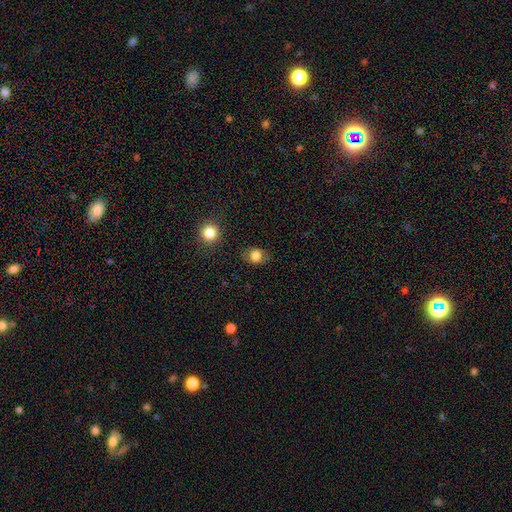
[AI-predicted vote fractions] Smooth or featured? Predicted: smooth (p=0.78). How rounded? Predicted: in between (p=0.50). Merging? Predicted: none (p=0.81).